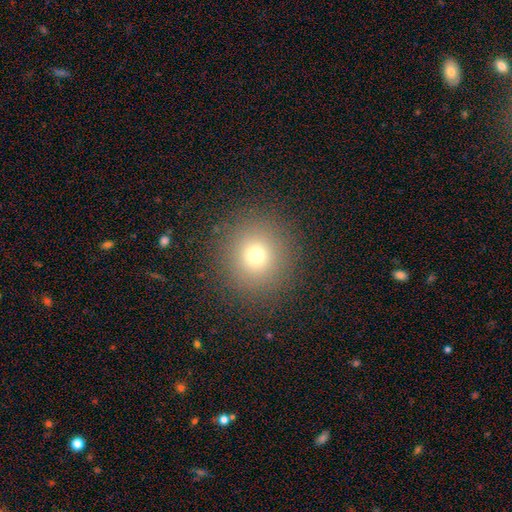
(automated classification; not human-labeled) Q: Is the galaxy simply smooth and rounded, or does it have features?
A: smooth — 71%.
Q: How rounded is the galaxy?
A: round — 92%.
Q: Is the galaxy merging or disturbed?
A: none — 89%.